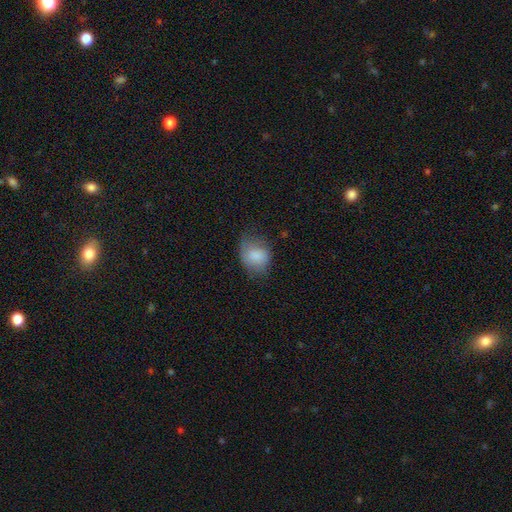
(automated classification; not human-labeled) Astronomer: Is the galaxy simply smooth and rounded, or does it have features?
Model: smooth — 81%.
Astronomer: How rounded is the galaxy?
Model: in between — 57% (runner-up: round, 42%).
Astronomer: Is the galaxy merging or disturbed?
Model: none — 46% (runner-up: minor disturbance, 35%).